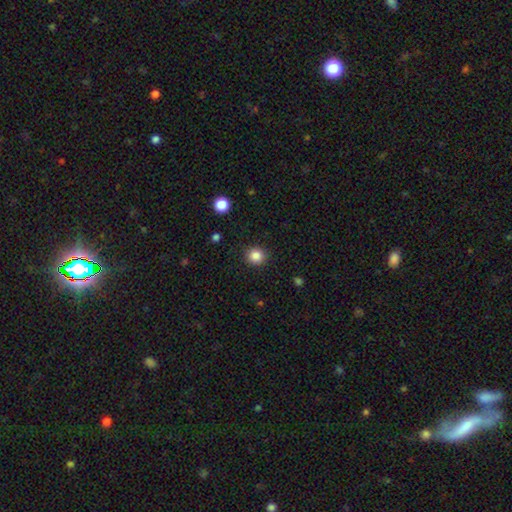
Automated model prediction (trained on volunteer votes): Smooth or featured? Predicted: smooth (p=0.85). How rounded? Predicted: round (p=0.89). Merging? Predicted: none (p=0.90).